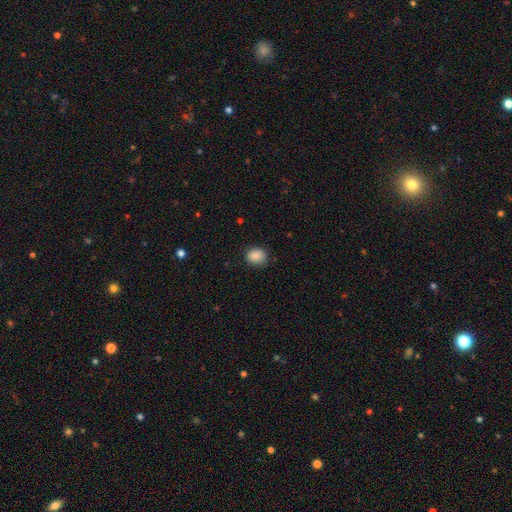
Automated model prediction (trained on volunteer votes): The model was most divided on "how rounded": round: 65%, in between: 34%, cigar-shaped: 1%. More confident: smooth or featured — smooth (85%); merging — none (84%).